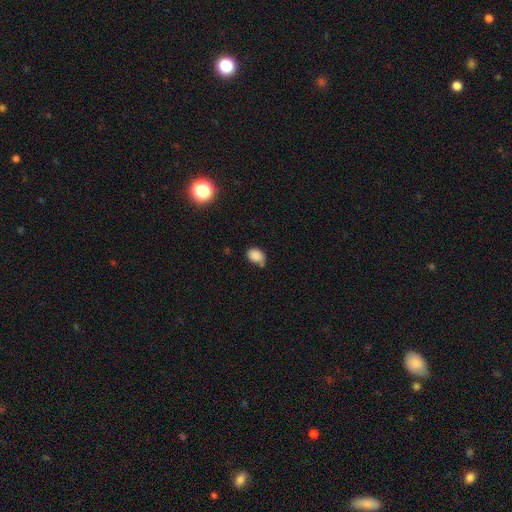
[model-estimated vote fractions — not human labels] Smooth or featured? Predicted: smooth (p=0.85). How rounded? Predicted: in between (p=0.73). Merging? Predicted: none (p=0.60).